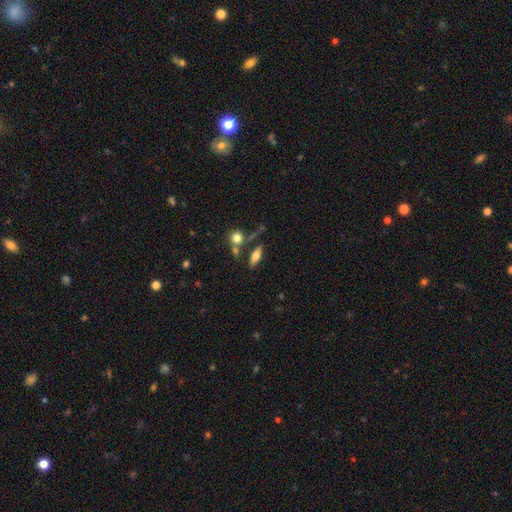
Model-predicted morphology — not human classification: Smooth or featured? Predicted: smooth (p=0.57). How rounded? Predicted: in between (p=0.59). Merging? Predicted: none (p=0.67).